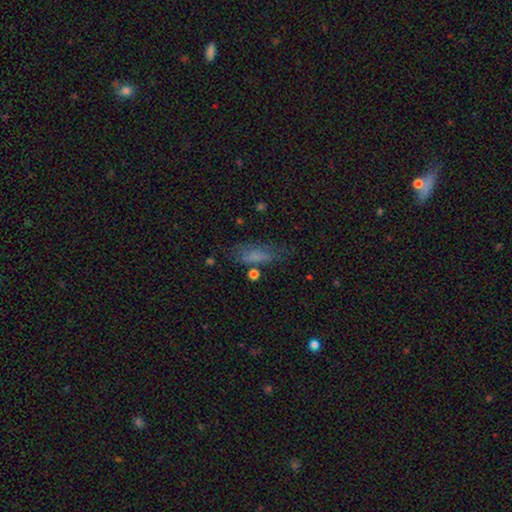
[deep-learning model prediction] Q: Smooth or featured?
A: smooth (68%); runner-up: featured or disk (18%)
Q: How rounded?
A: in between (62%); runner-up: cigar-shaped (34%)
Q: Merging?
A: none (60%); runner-up: minor disturbance (23%)